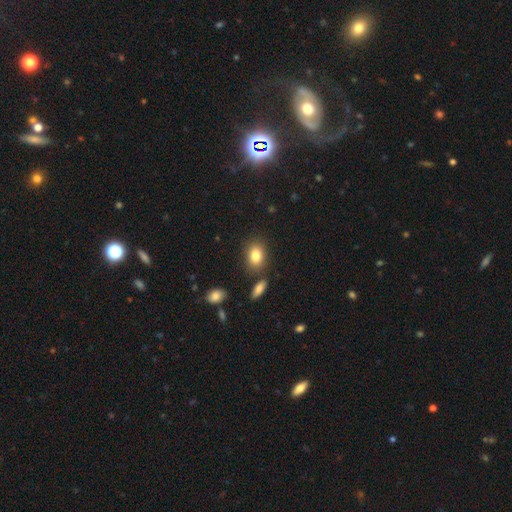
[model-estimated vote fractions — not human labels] This is clearly a smooth galaxy (84%). How rounded: likely in between (75%). Merging: likely none (78%).